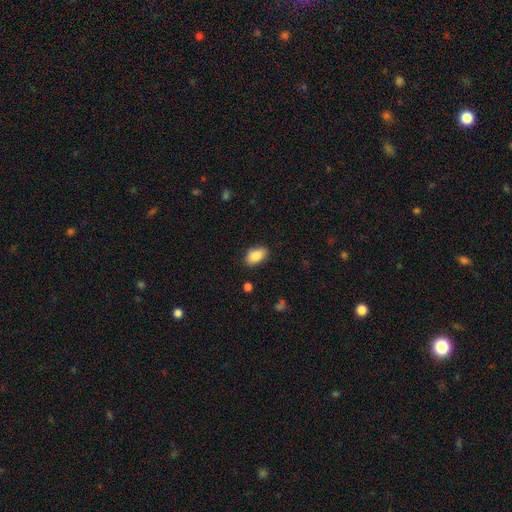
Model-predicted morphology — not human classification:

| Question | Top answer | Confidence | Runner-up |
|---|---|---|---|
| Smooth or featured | smooth | 87% | star or artifact (7%) |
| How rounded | in between | 92% | round (6%) |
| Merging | none | 86% | minor disturbance (10%) |